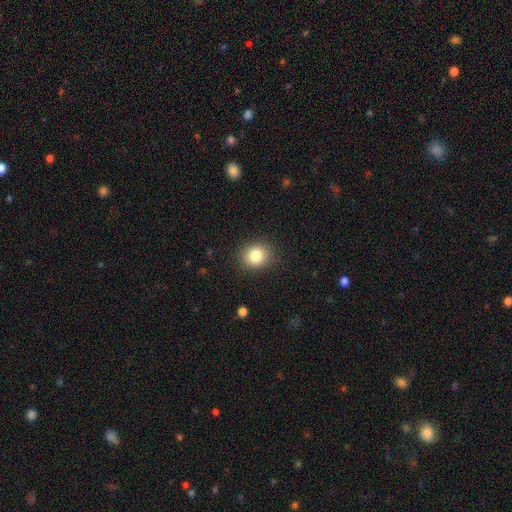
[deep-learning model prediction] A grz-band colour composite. It shows a smooth galaxy with no disk features (83%) that is round (69%). Merging: none (88%).